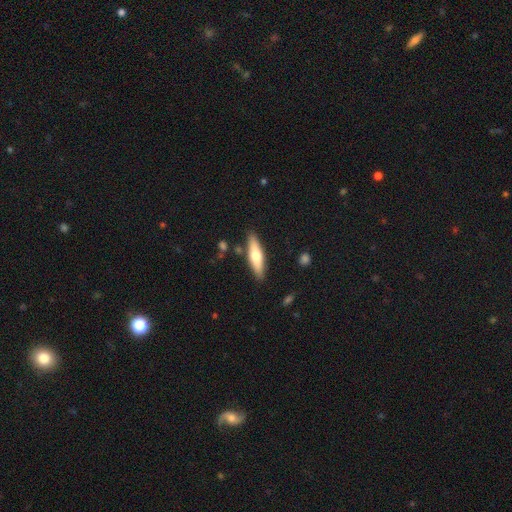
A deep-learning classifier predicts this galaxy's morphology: Q: Smooth or featured?
A: smooth (56%); runner-up: featured or disk (38%)
Q: How rounded?
A: cigar-shaped (67%); runner-up: in between (32%)
Q: Merging?
A: none (86%); runner-up: minor disturbance (10%)